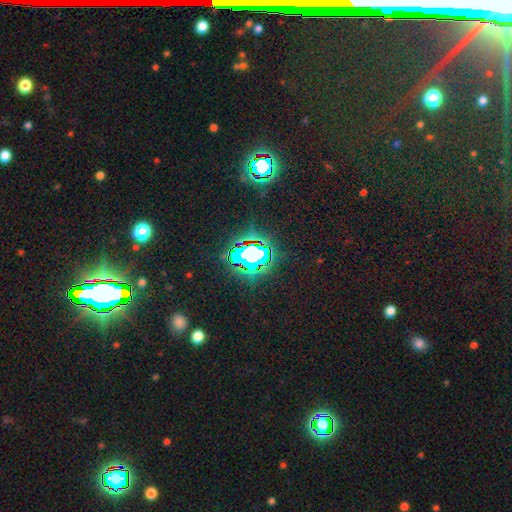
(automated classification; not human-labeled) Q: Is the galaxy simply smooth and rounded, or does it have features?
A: star or artifact — 72%.